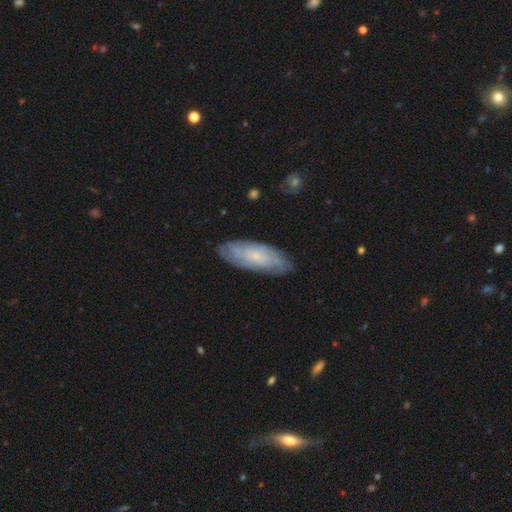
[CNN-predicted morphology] This is likely a featured or disk galaxy (63%). It is clearly not viewed edge-on (84%). Bar: likely no (70%). Spiral arm pattern: clearly yes (86%). Central bulge: likely small (71%). Merging: clearly none (82%).